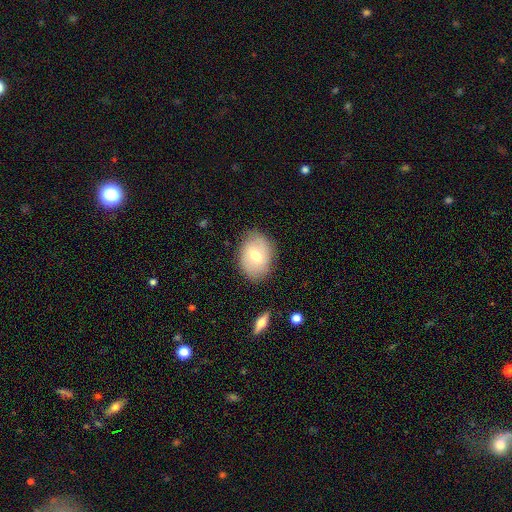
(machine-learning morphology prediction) smooth-or-featured: smooth: 58% | featured or disk: 35% | star or artifact: 7%
  how-rounded: in between: 74% | round: 25% | cigar-shaped: 1%
  merging: none: 81% | minor disturbance: 14% | major disturbance: 4% | merger: 1%